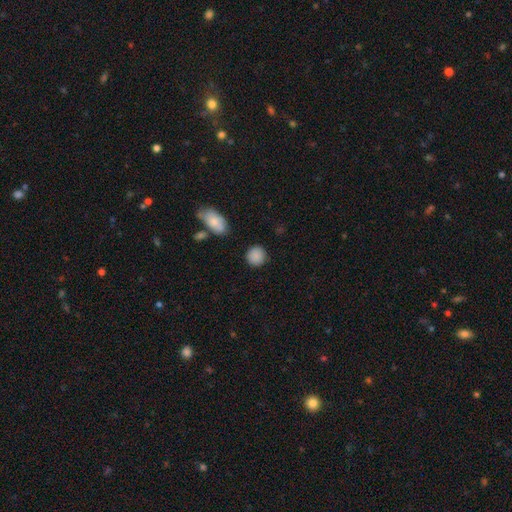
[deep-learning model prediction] The model was most divided on "merging": none: 86%, minor disturbance: 9%, major disturbance: 3%, merger: 2%. More confident: how rounded — round (89%); smooth or featured — smooth (88%).